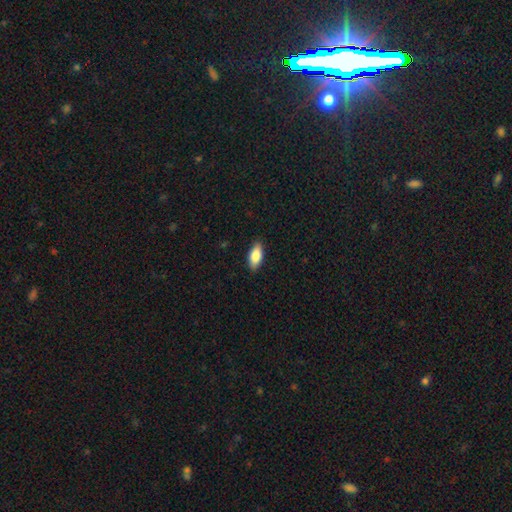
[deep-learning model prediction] Smooth or featured? Predicted: smooth (p=0.83). How rounded? Predicted: in between (p=0.88). Merging? Predicted: none (p=0.89).